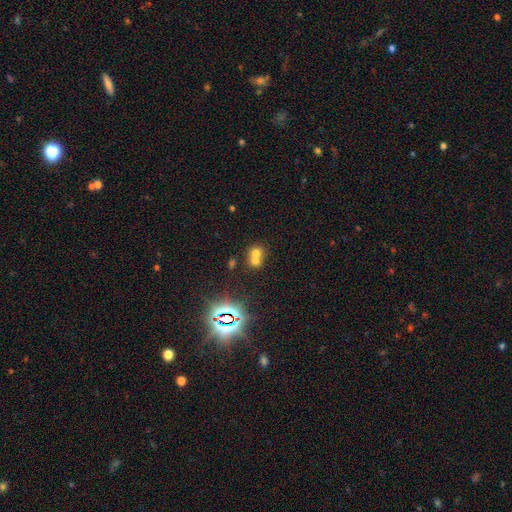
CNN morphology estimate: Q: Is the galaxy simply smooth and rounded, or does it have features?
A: smooth — 62%.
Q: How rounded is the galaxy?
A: round — 75%.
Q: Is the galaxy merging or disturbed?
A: merger — 64%.